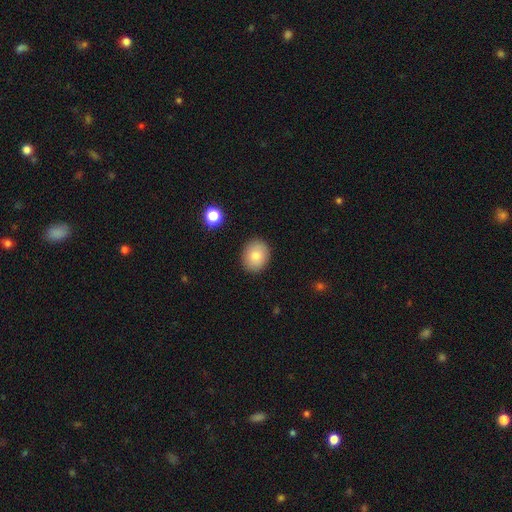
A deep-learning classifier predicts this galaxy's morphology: Smooth or featured: smooth — 80% (featured or disk — 11%)
How rounded: round — 58% (in between — 41%)
Merging: none — 88% (minor disturbance — 8%)